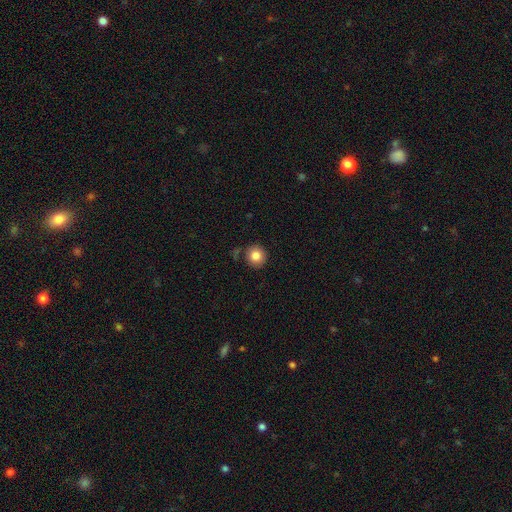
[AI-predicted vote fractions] Overall: smooth (83%). How rounded: round (91%). Merging: none (81%).